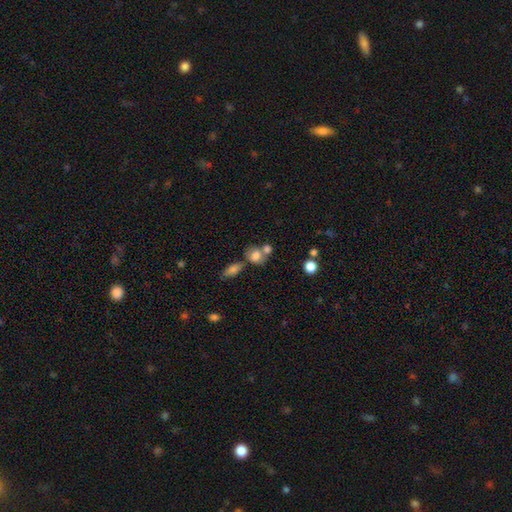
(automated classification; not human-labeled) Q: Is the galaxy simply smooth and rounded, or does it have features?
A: smooth — 75%.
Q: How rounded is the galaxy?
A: round — 62%.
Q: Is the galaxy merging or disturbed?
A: merger — 43%.